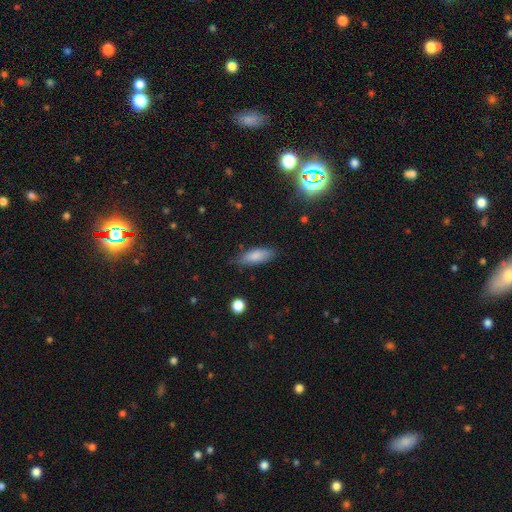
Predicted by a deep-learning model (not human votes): This appears to be a smooth galaxy with no disk features (82%) that is in between round and cigar-shaped (68%). Merging: none (74%).